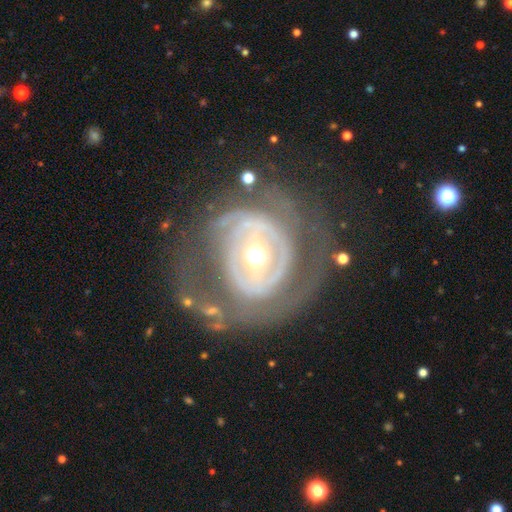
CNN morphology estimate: Smooth or featured: featured or disk — 82% (smooth — 12%)
Edge-on disk: no — 96% (yes — 4%)
Bar: no — 39% (weak — 34%)
Spiral arms: yes — 68% (no — 32%)
Spiral winding: tight — 63% (medium — 25%)
Spiral arm count: can't tell — 40% (2 — 32%)
Bulge size: moderate — 61% (small — 31%)
Merging: none — 56% (major disturbance — 23%)